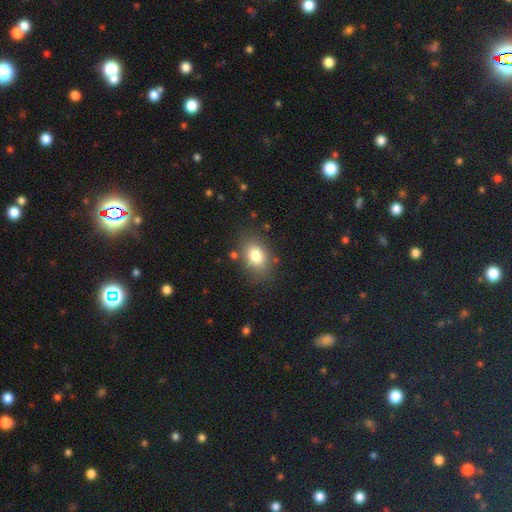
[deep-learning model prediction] This appears to be a smooth galaxy with no disk features (79%) that is in between round and cigar-shaped (74%). Merging: none (81%).